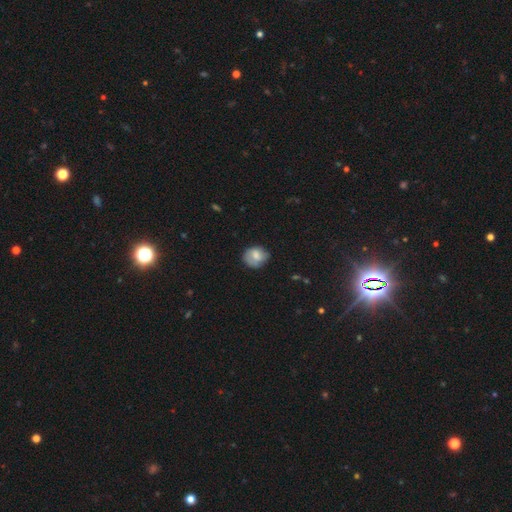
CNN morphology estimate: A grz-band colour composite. It shows a smooth galaxy with no disk features (69%) that is round (65%). Merging: none (64%).